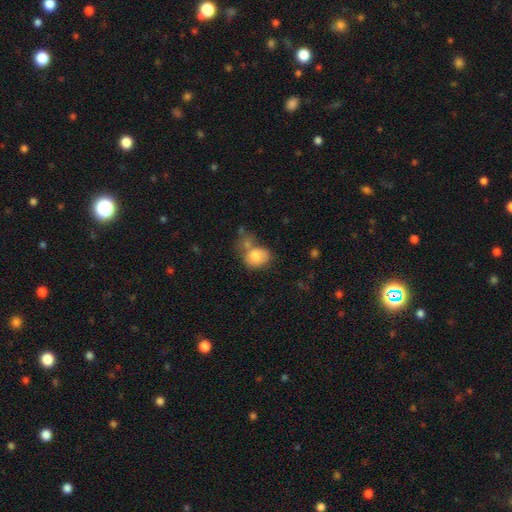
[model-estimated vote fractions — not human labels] Q: Smooth or featured?
A: smooth (79%); runner-up: featured or disk (13%)
Q: How rounded?
A: in between (51%); runner-up: round (48%)
Q: Merging?
A: merger (36%); runner-up: none (34%)